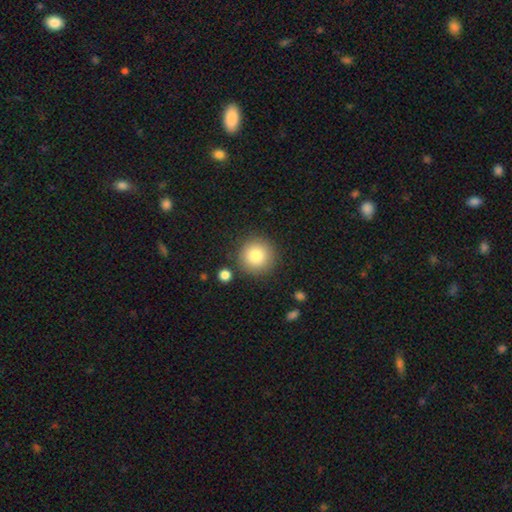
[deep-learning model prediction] The model was most divided on "smooth or featured": smooth: 83%, star or artifact: 9%, featured or disk: 8%. More confident: how rounded — round (95%); merging — none (85%).